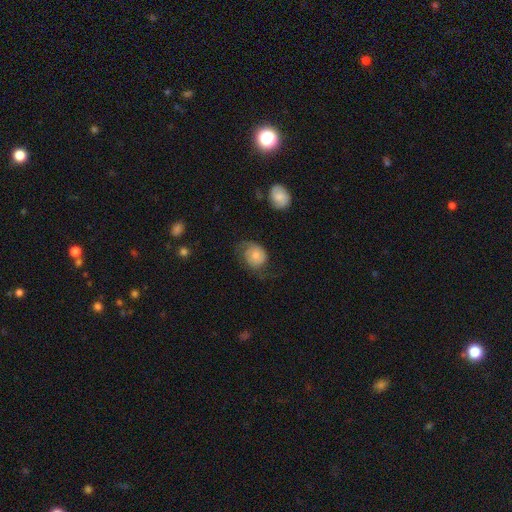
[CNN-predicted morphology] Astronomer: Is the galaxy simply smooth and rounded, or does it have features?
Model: smooth — 54% (runner-up: featured or disk, 38%).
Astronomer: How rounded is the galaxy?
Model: round — 63%.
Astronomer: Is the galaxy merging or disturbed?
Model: none — 43% (runner-up: minor disturbance, 28%).